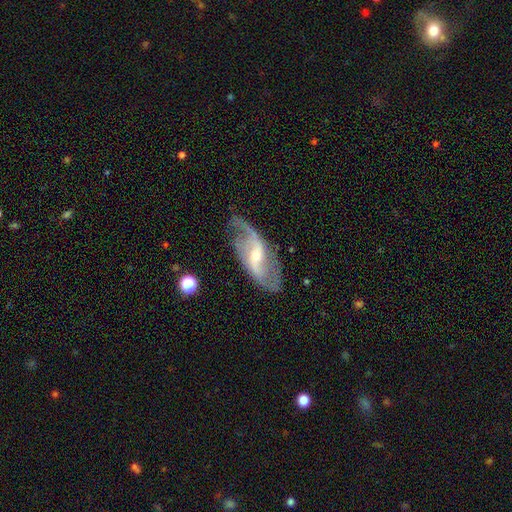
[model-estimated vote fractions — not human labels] This appears to be a featured or disk galaxy (86%) with a weak bar (44%), 2 (83%) loose (54%) spiral arms (94%) and a small central bulge (58%). Merging: none (70%).